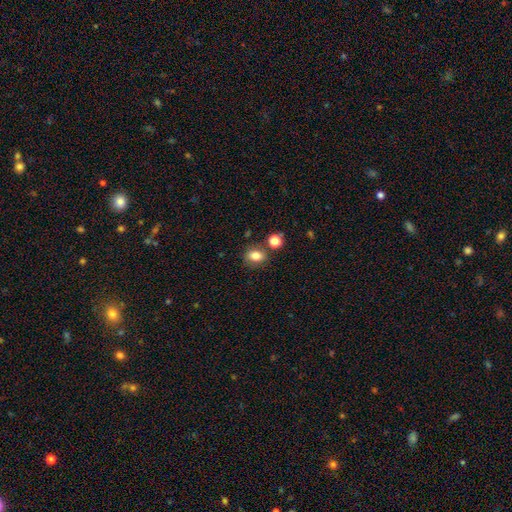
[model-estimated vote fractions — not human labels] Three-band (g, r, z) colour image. It shows a smooth galaxy with no disk features (80%) that is in between round and cigar-shaped (52%). Merging: none (75%).